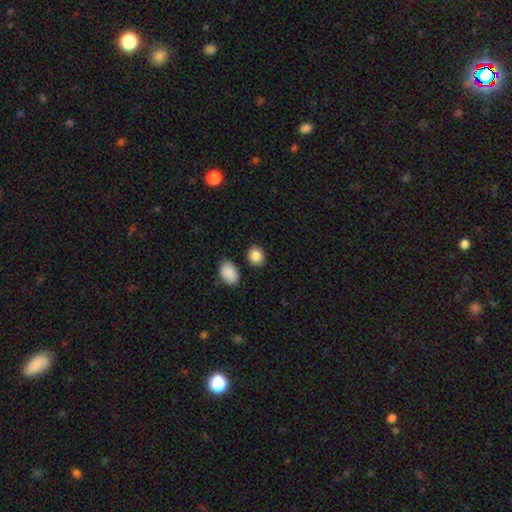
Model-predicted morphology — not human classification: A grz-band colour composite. It shows a smooth galaxy with no disk features (87%) that is in between round and cigar-shaped (53%). Merging: none (81%).